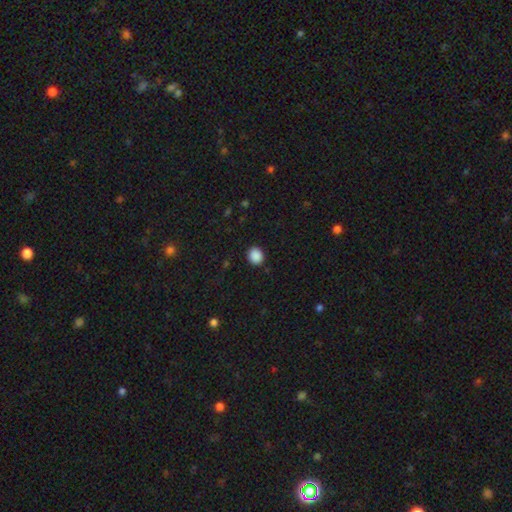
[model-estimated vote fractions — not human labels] The model was most divided on "how rounded": round: 79%, in between: 20%, cigar-shaped: 1%. More confident: merging — none (91%); smooth or featured — smooth (89%).